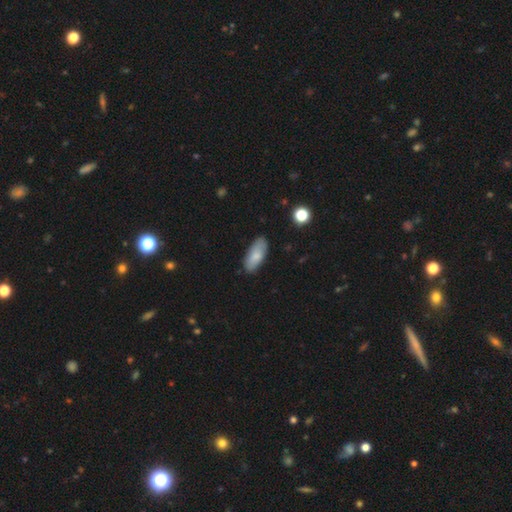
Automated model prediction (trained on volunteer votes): Q: Smooth or featured?
A: smooth (80%); runner-up: featured or disk (14%)
Q: How rounded?
A: in between (84%); runner-up: cigar-shaped (14%)
Q: Merging?
A: none (81%); runner-up: minor disturbance (15%)